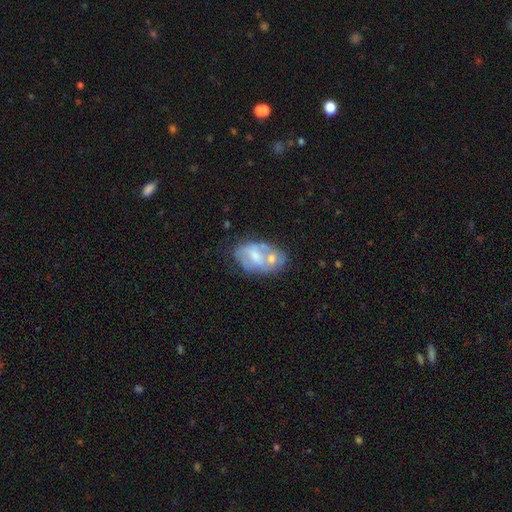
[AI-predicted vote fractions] smooth-or-featured: featured or disk: 51% | smooth: 42% | star or artifact: 7%
  disk-edge-on: no: 96% | yes: 4%
  merging: merger: 42% | none: 29% | minor disturbance: 18% | major disturbance: 11%